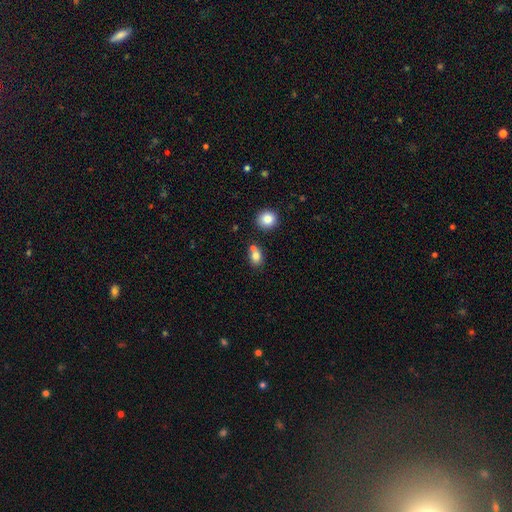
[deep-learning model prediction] A smooth galaxy with no disk features (80%) that is in between round and cigar-shaped (55%). Merging: none (58%).